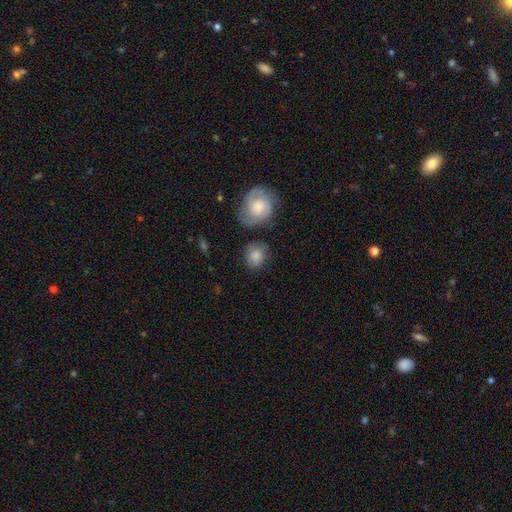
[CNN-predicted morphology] This is likely a smooth galaxy (79%). How rounded: likely round (73%). Merging: likely none (65%).